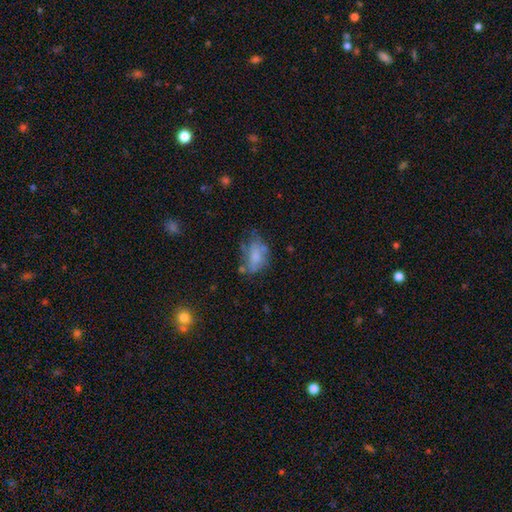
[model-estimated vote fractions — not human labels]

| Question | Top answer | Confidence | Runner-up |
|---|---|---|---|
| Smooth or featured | smooth | 54% | featured or disk (35%) |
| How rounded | in between | 84% | round (13%) |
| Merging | none | 42% | minor disturbance (27%) |